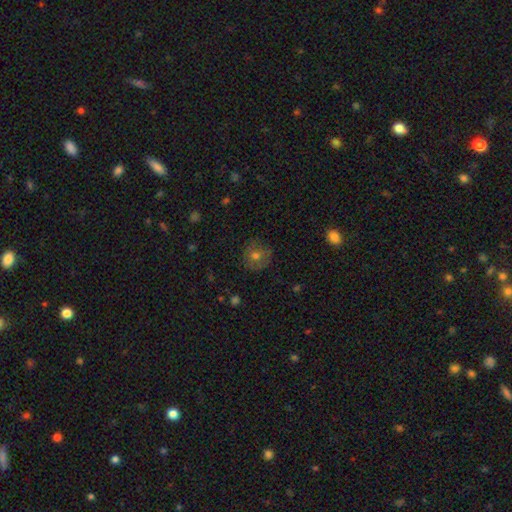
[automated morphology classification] smooth 66%, featured or disk 22%, star or artifact 12%. Down the decision tree: how rounded — round (89%); merging — none (80%).